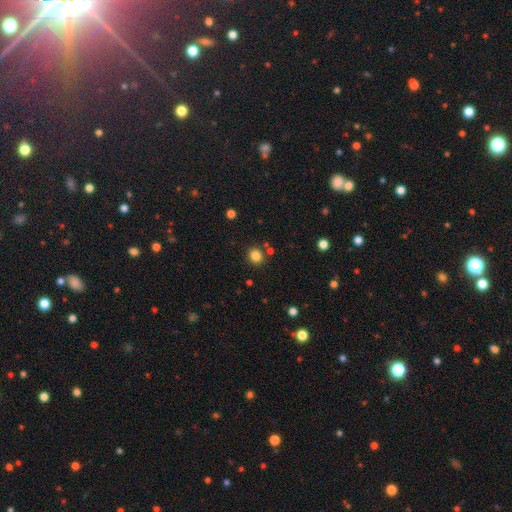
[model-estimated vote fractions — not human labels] smooth-or-featured: smooth: 82% | star or artifact: 13% | featured or disk: 5%
  how-rounded: round: 82% | in between: 17% | cigar-shaped: 1%
  merging: none: 83% | minor disturbance: 8% | merger: 7% | major disturbance: 3%